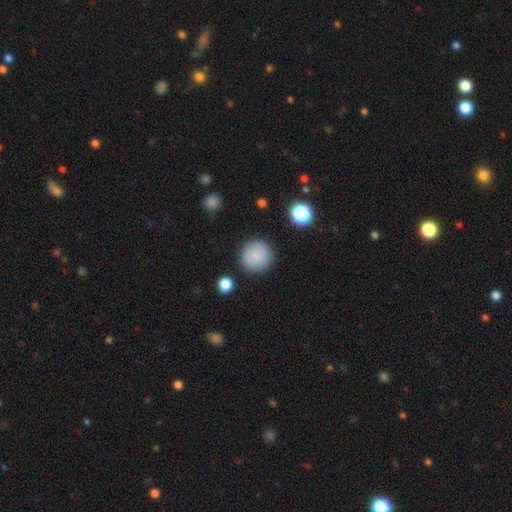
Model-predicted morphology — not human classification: Q: Smooth or featured?
A: smooth (85%); runner-up: star or artifact (8%)
Q: How rounded?
A: round (95%); runner-up: in between (4%)
Q: Merging?
A: none (89%); runner-up: minor disturbance (7%)